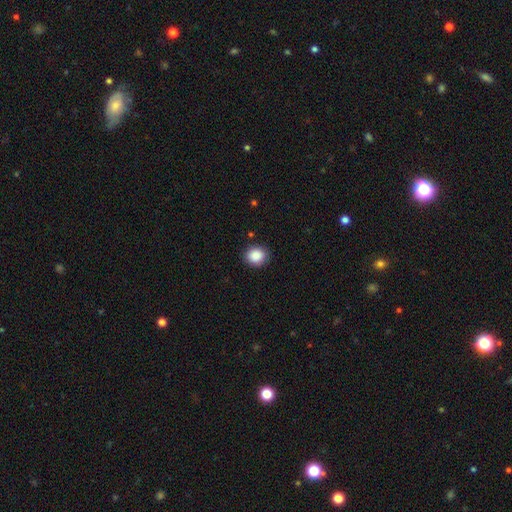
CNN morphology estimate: Overall: smooth (88%). How rounded: round (76%). Merging: none (87%).